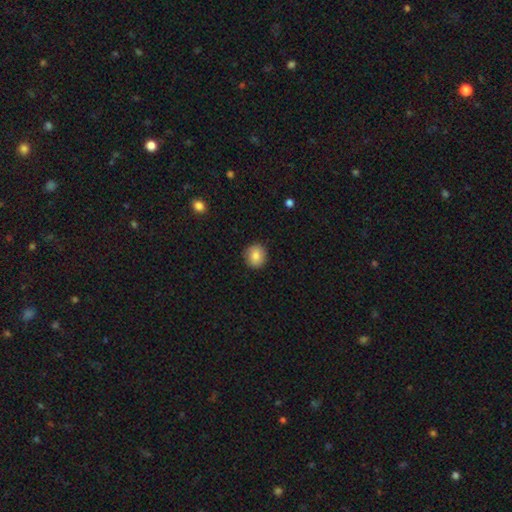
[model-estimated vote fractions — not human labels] Overall: smooth (84%). How rounded: round (86%). Merging: none (89%).